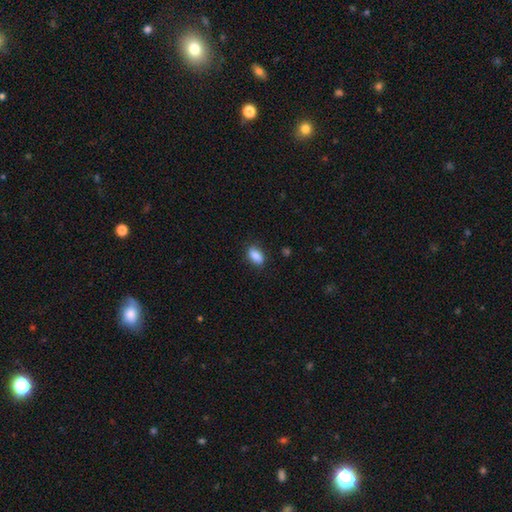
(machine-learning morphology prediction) Smooth or featured? Predicted: smooth (p=0.87). How rounded? Predicted: in between (p=0.89). Merging? Predicted: none (p=0.81).